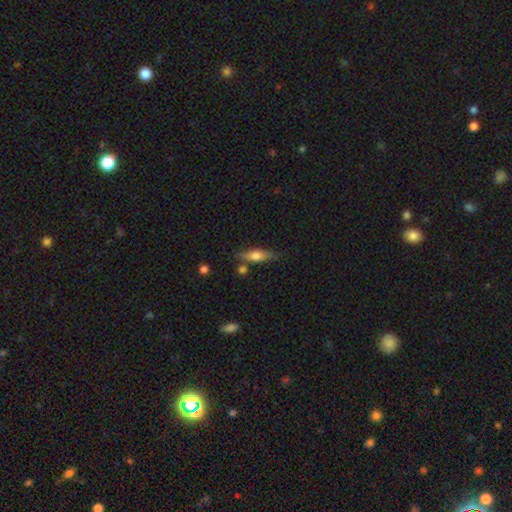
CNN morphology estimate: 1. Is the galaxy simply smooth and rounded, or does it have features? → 54% smooth, 39% featured or disk, 7% star or artifact.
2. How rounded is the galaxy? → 60% cigar-shaped, 37% in between, 3% round.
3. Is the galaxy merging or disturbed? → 75% none, 14% minor disturbance, 7% merger, 4% major disturbance.